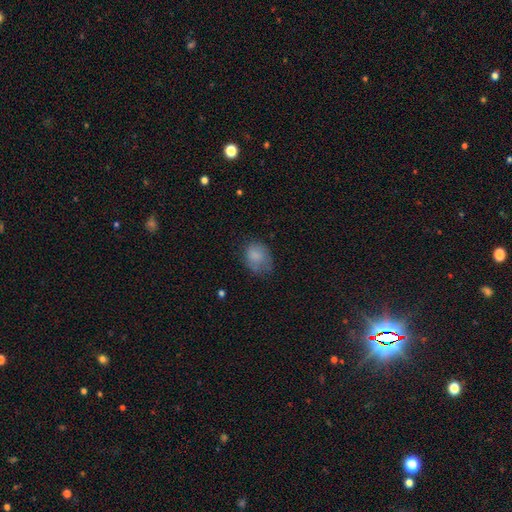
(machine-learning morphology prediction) This is clearly a smooth galaxy (81%). How rounded: possibly in between (59%). Merging: possibly none (51%).